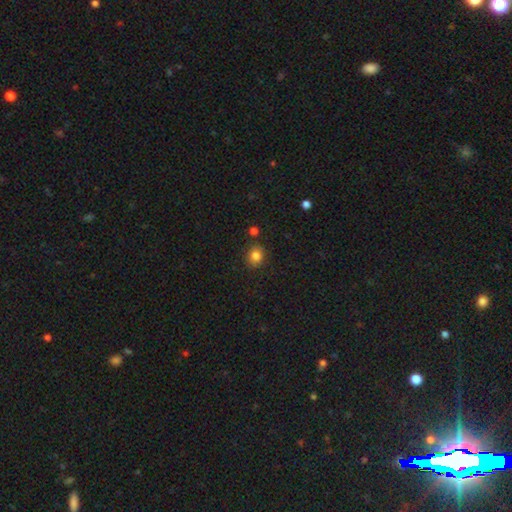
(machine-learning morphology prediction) Smooth or featured?
  - smooth: 83% *
  - star or artifact: 12%
  - featured or disk: 6%
How rounded?
  - round: 68% *
  - in between: 31%
  - cigar-shaped: 1%
Merging?
  - none: 82% *
  - minor disturbance: 11%
  - merger: 4%
  - major disturbance: 3%